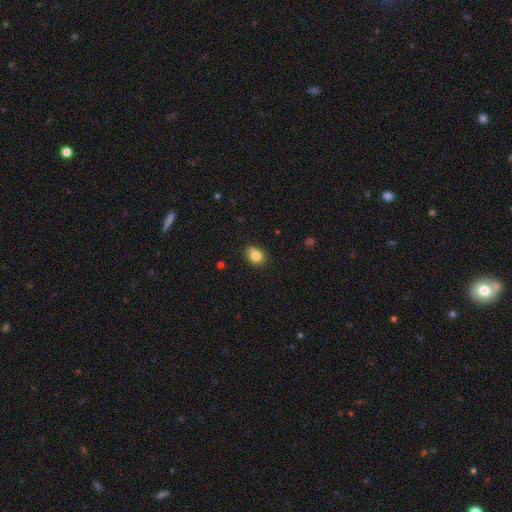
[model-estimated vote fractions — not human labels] Q: Smooth or featured?
A: smooth (81%); runner-up: star or artifact (10%)
Q: How rounded?
A: round (54%); runner-up: in between (45%)
Q: Merging?
A: none (71%); runner-up: minor disturbance (18%)